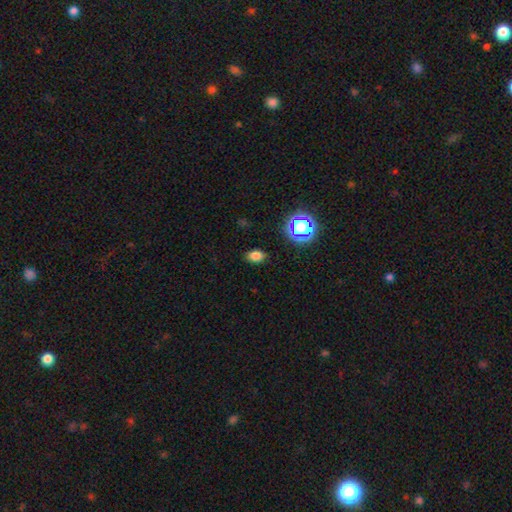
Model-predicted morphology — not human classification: smooth-or-featured: smooth: 77% | star or artifact: 17% | featured or disk: 6%
  how-rounded: in between: 77% | round: 21% | cigar-shaped: 2%
  merging: none: 86% | minor disturbance: 10% | major disturbance: 3% | merger: 1%